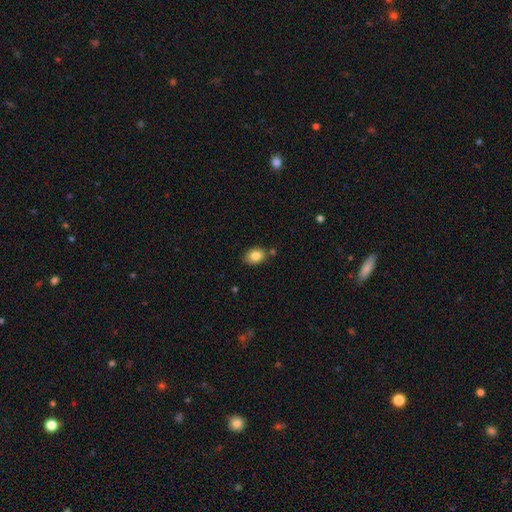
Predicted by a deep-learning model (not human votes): This appears to be a smooth galaxy with no disk features (83%) that is in between round and cigar-shaped (71%). Merging: none (78%).